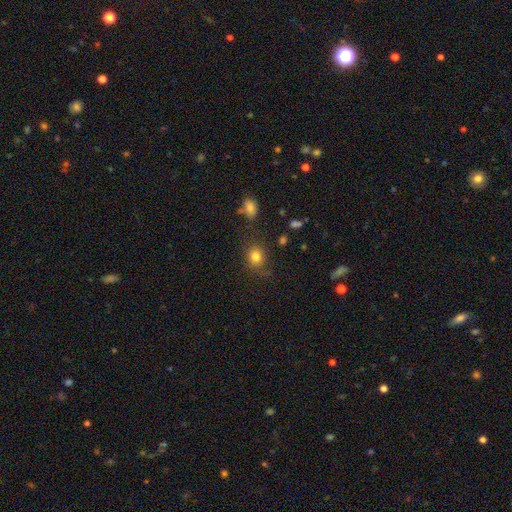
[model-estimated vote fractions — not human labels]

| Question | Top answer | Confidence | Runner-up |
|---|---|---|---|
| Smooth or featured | smooth | 82% | star or artifact (12%) |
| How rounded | round | 75% | in between (24%) |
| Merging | none | 78% | minor disturbance (14%) |